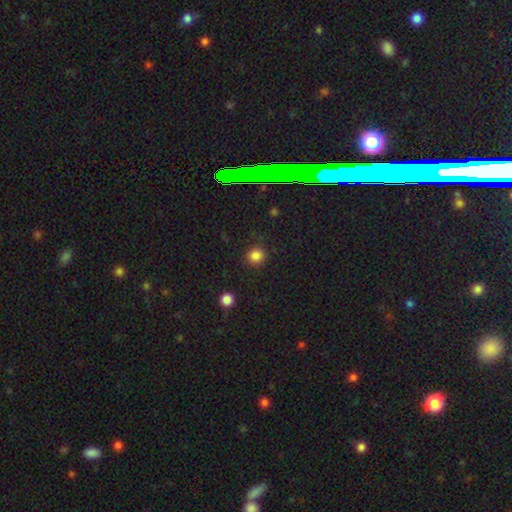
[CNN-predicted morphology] Q: Smooth or featured?
A: smooth (81%); runner-up: star or artifact (15%)
Q: How rounded?
A: round (90%); runner-up: in between (9%)
Q: Merging?
A: none (86%); runner-up: minor disturbance (9%)